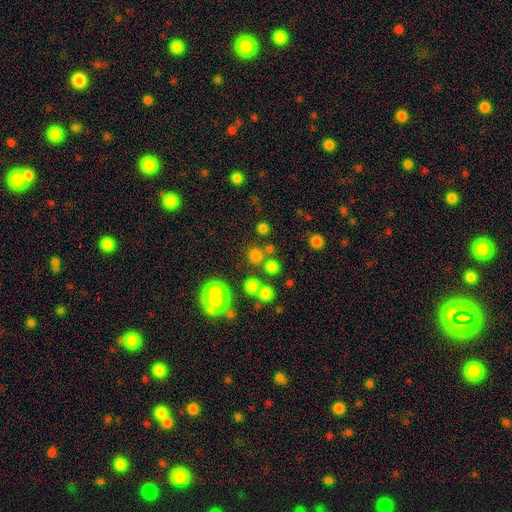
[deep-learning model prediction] The model was most divided on "smooth or featured": smooth: 74%, star or artifact: 19%, featured or disk: 8%. More confident: how rounded — round (89%); merging — none (73%).